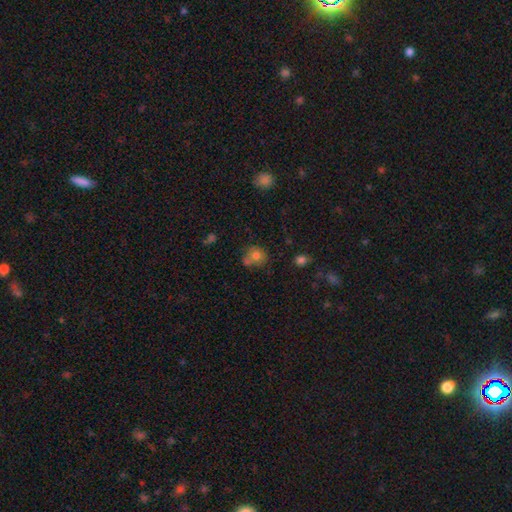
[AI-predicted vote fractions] A smooth galaxy with no disk features (74%) that is round (74%). Merging: none (50%).